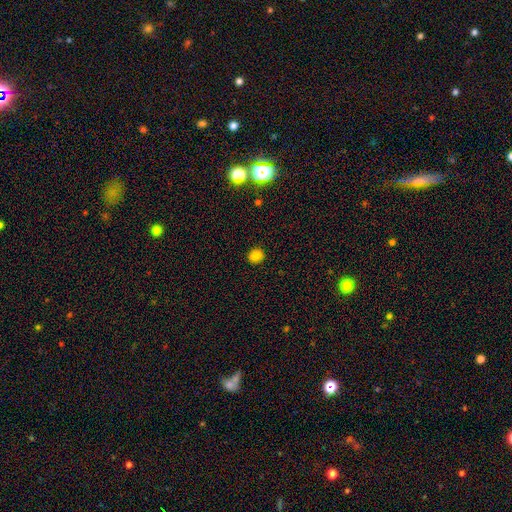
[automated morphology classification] smooth_or_featured: smooth (p=0.82) [alt: star or artifact p=0.14]
how_rounded: round (p=0.78) [alt: in between p=0.21]
merging: none (p=0.90) [alt: minor disturbance p=0.07]